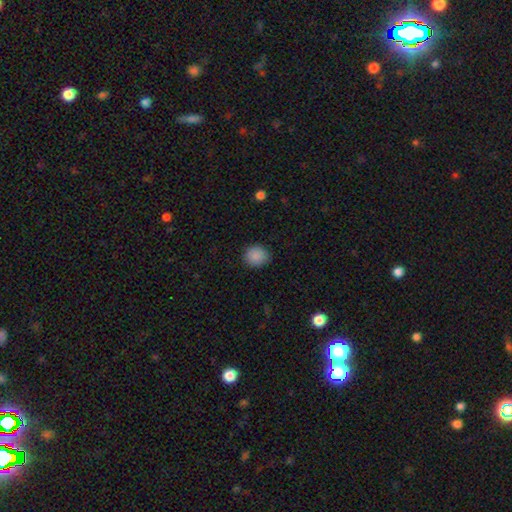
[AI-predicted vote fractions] smooth 88%, star or artifact 9%, featured or disk 3%. Down the decision tree: how rounded — round (76%); merging — none (84%).